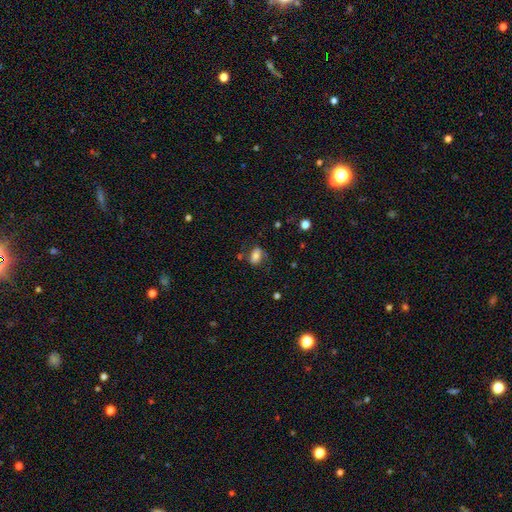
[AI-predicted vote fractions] Smooth or featured? Predicted: smooth (p=0.63). How rounded? Predicted: in between (p=0.83). Merging? Predicted: none (p=0.54).